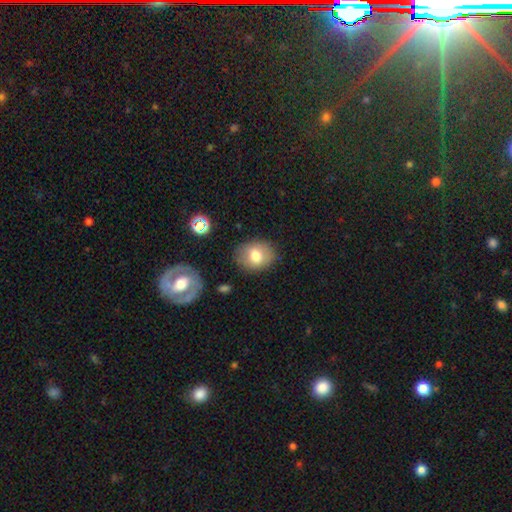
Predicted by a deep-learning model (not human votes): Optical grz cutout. It shows a smooth galaxy with no disk features (73%) that is in between round and cigar-shaped (51%). Merging: none (81%).